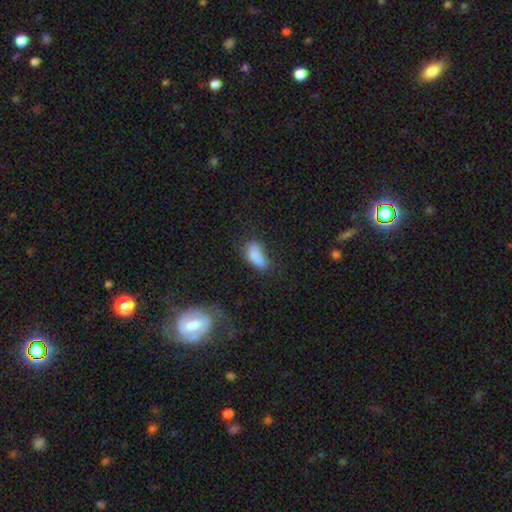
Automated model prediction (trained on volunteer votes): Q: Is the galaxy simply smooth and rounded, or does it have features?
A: smooth — 80%.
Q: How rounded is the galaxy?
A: in between — 84%.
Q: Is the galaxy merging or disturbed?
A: none — 44%.